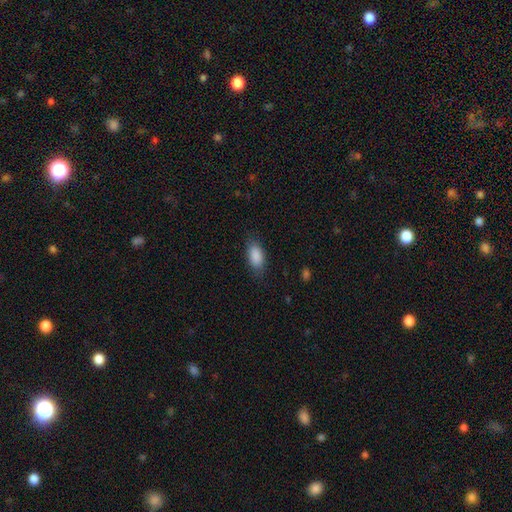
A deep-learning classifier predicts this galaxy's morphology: A smooth galaxy with no disk features (89%) that is in between round and cigar-shaped (91%).

Vote fractions:
- Smooth or featured? smooth: 89% / star or artifact: 7% / featured or disk: 5%
- How rounded? in between: 91% / cigar-shaped: 5% / round: 4%
- Merging? none: 79% / minor disturbance: 15% / major disturbance: 5% / merger: 1%